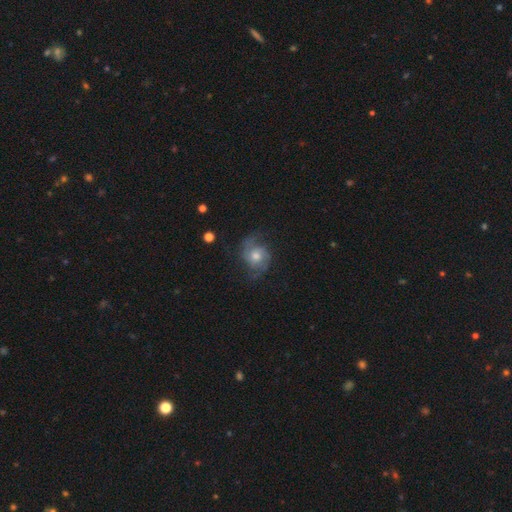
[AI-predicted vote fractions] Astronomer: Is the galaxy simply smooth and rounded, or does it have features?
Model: featured or disk — 71%.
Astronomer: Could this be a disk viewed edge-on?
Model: no — 97%.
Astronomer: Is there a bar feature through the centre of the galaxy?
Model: no — 73%.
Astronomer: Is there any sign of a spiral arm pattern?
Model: yes — 92%.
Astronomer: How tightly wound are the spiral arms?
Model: medium — 47% (runner-up: loose, 29%).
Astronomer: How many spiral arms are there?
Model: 2 — 74%.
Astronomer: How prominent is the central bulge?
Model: moderate — 64%.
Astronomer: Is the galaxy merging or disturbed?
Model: none — 66%.